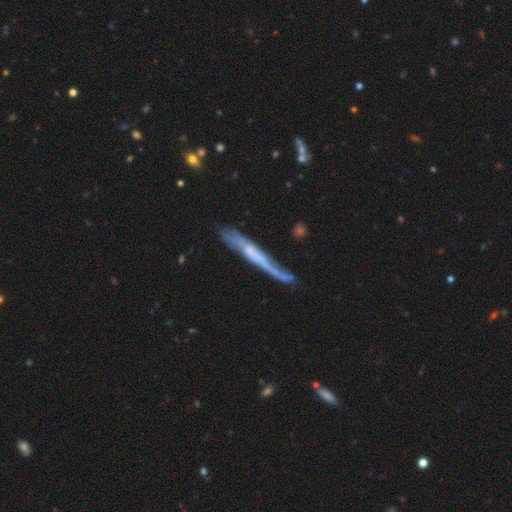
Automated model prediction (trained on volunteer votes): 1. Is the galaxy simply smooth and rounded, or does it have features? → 61% featured or disk, 32% smooth, 7% star or artifact.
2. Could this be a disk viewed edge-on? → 81% yes, 19% no.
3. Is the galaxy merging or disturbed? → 54% none, 29% minor disturbance, 12% major disturbance, 5% merger.